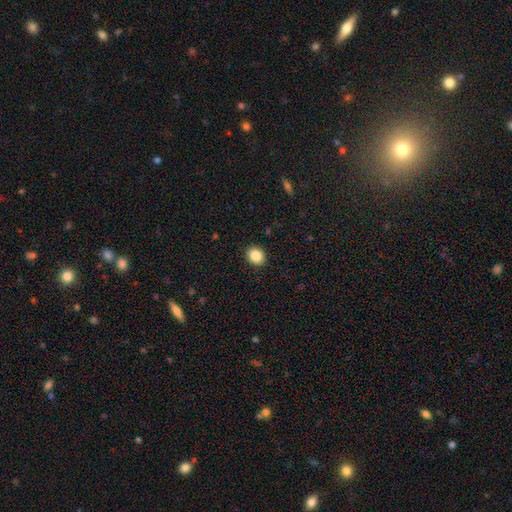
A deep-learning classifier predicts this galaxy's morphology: Smooth or featured?
  - smooth: 87% *
  - star or artifact: 9%
  - featured or disk: 4%
How rounded?
  - round: 64% *
  - in between: 35%
  - cigar-shaped: 1%
Merging?
  - none: 91% *
  - minor disturbance: 6%
  - major disturbance: 2%
  - merger: 1%